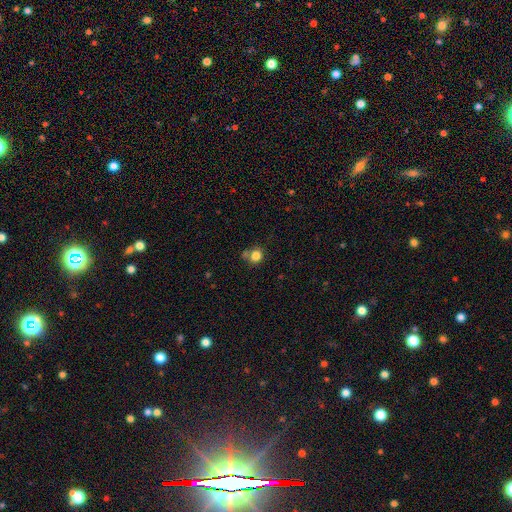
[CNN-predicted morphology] Overall: smooth (82%). How rounded: round (83%). Merging: none (64%).